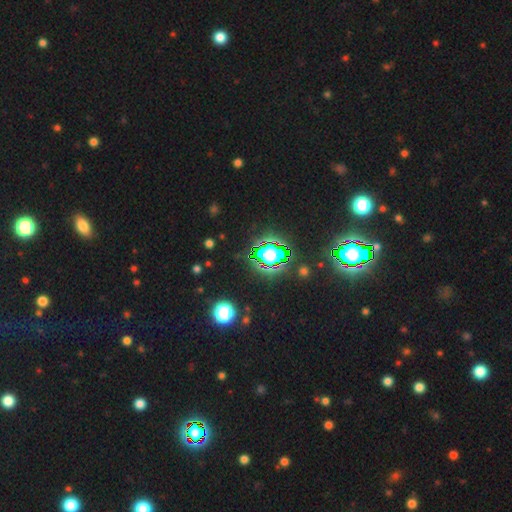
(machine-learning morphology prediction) type=star or artifact (81%).